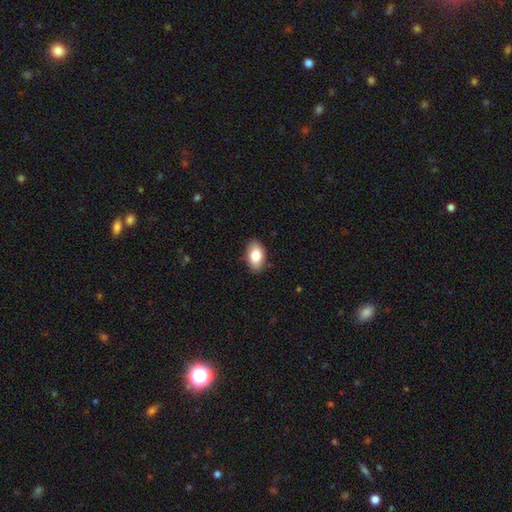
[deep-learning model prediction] Smooth or featured?
  - smooth: 81% *
  - featured or disk: 12%
  - star or artifact: 7%
How rounded?
  - in between: 91% *
  - round: 7%
  - cigar-shaped: 1%
Merging?
  - none: 86% *
  - minor disturbance: 11%
  - major disturbance: 2%
  - merger: 1%